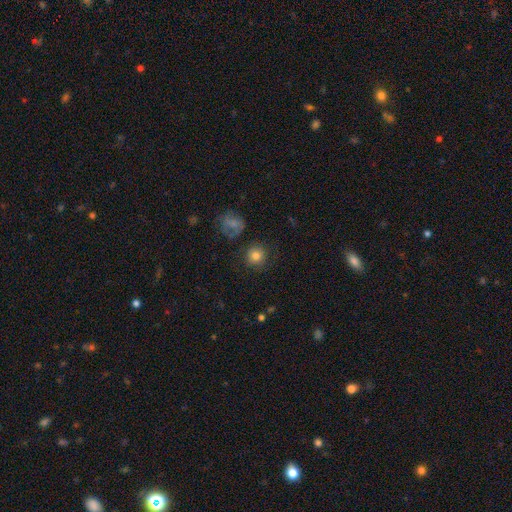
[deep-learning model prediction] This is likely a smooth galaxy (79%). How rounded: clearly round (93%). Merging: clearly none (82%).